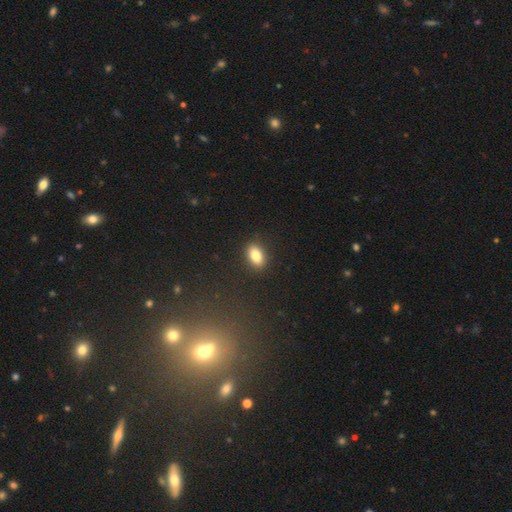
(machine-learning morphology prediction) smooth-or-featured: smooth: 84% | star or artifact: 9% | featured or disk: 8%
  how-rounded: in between: 85% | round: 12% | cigar-shaped: 3%
  merging: none: 88% | minor disturbance: 8% | major disturbance: 2% | merger: 1%